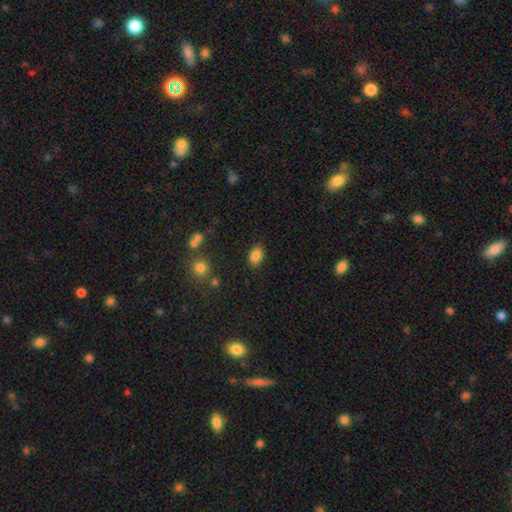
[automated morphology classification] Smooth or featured?
  - smooth: 85% *
  - star or artifact: 10%
  - featured or disk: 5%
How rounded?
  - in between: 82% *
  - round: 16%
  - cigar-shaped: 1%
Merging?
  - none: 86% *
  - minor disturbance: 9%
  - major disturbance: 3%
  - merger: 2%